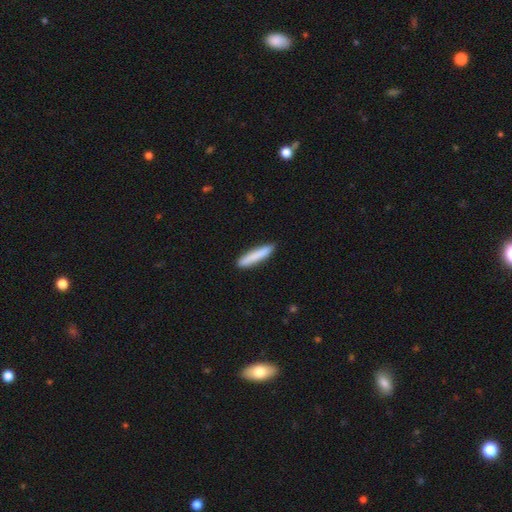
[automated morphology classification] Overall: smooth (84%). How rounded: cigar-shaped (92%). Merging: none (90%).